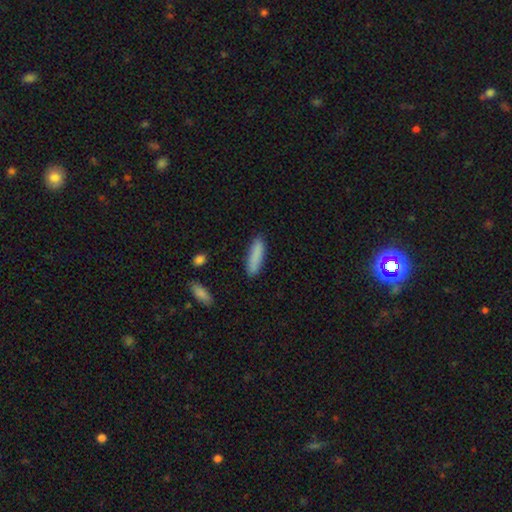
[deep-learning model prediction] Smooth or featured? smooth (86%)
How rounded? cigar-shaped (73%)
Merging? none (87%)